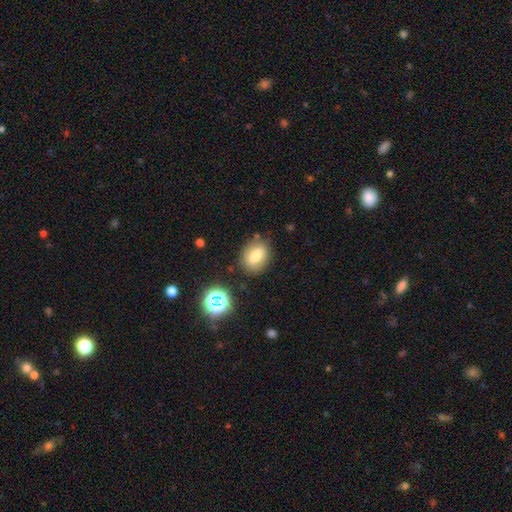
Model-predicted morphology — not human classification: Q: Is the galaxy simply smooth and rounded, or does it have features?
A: smooth — 75%.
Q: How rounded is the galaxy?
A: in between — 62%.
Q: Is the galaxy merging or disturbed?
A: none — 80%.